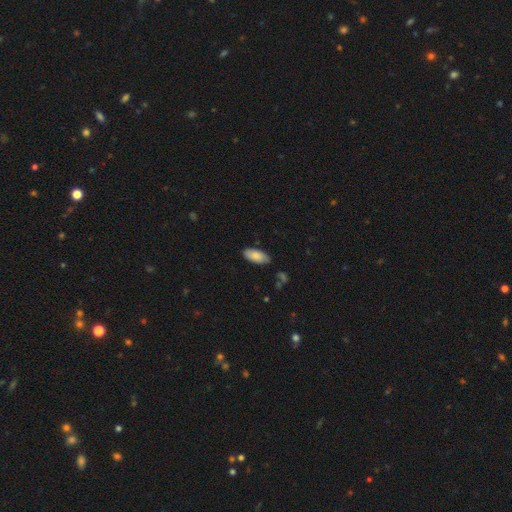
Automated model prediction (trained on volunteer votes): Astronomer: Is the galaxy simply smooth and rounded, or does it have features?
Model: smooth — 83%.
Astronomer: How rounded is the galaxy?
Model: in between — 89%.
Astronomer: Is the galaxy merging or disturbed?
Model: none — 80%.